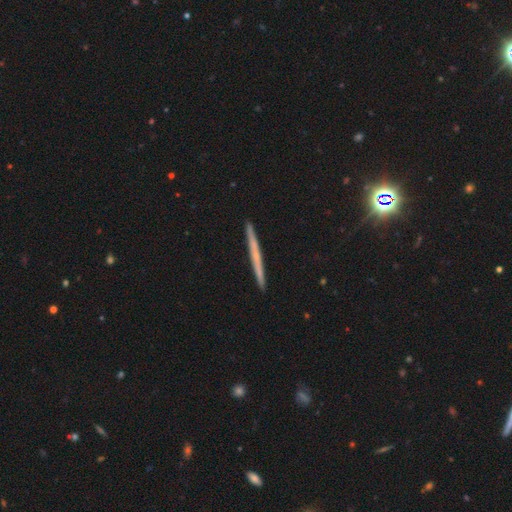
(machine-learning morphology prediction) type=featured or disk (52%); edge-on=yes (97%); edge-on bulge=none (85%); merging=none (92%).